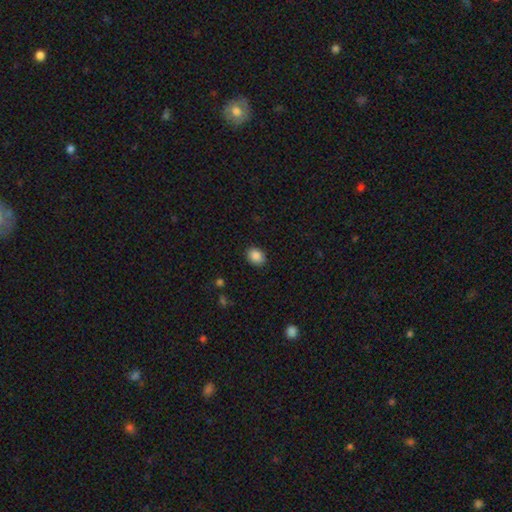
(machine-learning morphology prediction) The model was most divided on "how rounded": in between: 52%, round: 47%, cigar-shaped: 1%. More confident: merging — none (89%); smooth or featured — smooth (88%).